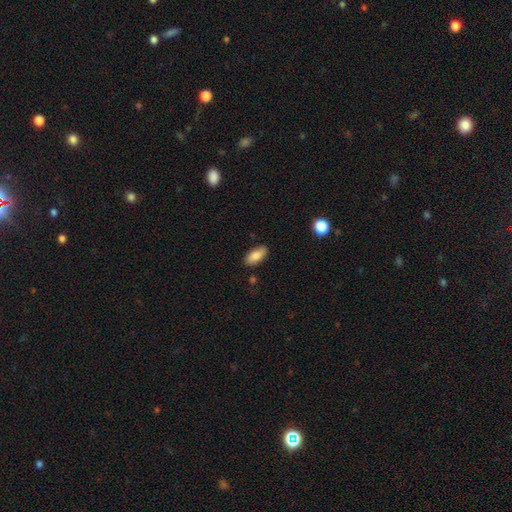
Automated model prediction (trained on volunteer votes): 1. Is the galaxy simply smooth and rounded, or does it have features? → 84% smooth, 9% featured or disk, 7% star or artifact.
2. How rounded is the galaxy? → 90% in between, 8% cigar-shaped, 3% round.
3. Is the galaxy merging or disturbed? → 81% none, 14% minor disturbance, 2% major disturbance, 2% merger.